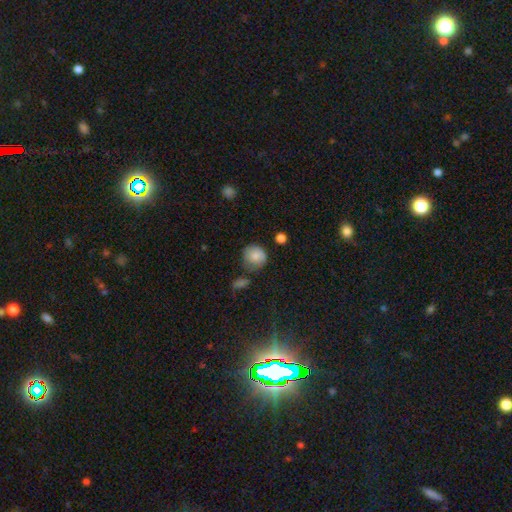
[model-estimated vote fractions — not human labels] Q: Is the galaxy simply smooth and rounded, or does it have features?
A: smooth — 81%.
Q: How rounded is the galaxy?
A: round — 86%.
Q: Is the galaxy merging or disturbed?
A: none — 63%.